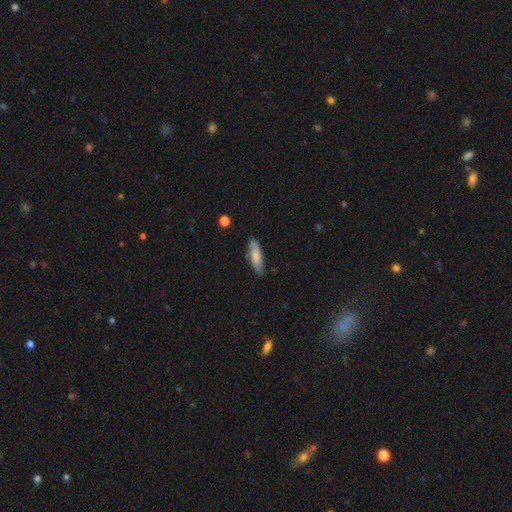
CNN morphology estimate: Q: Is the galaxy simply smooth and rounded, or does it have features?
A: smooth — 78%.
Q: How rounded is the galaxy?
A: cigar-shaped — 57%.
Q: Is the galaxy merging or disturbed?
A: none — 82%.